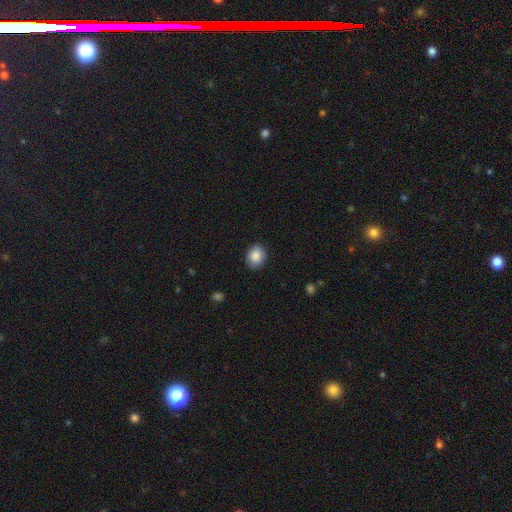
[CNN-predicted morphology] smooth_or_featured: smooth (p=0.88) [alt: star or artifact p=0.07]
how_rounded: in between (p=0.51) [alt: round p=0.49]
merging: none (p=0.87) [alt: minor disturbance p=0.10]